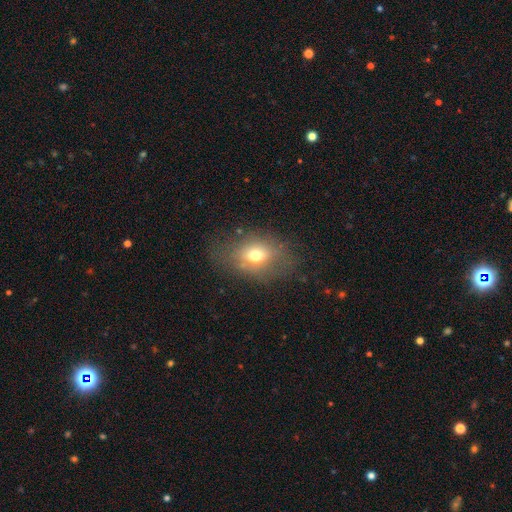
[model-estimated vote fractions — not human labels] Q: Smooth or featured?
A: smooth (67%); runner-up: featured or disk (20%)
Q: How rounded?
A: in between (70%); runner-up: round (29%)
Q: Merging?
A: none (64%); runner-up: minor disturbance (22%)